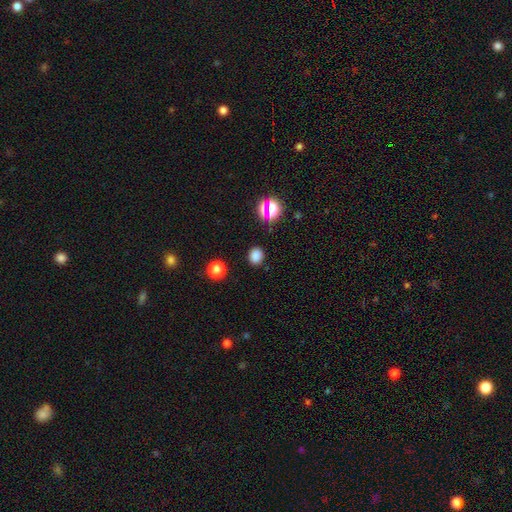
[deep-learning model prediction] smooth_or_featured: smooth (p=0.76) [alt: star or artifact p=0.19]
how_rounded: round (p=0.72) [alt: in between p=0.27]
merging: none (p=0.87) [alt: minor disturbance p=0.08]